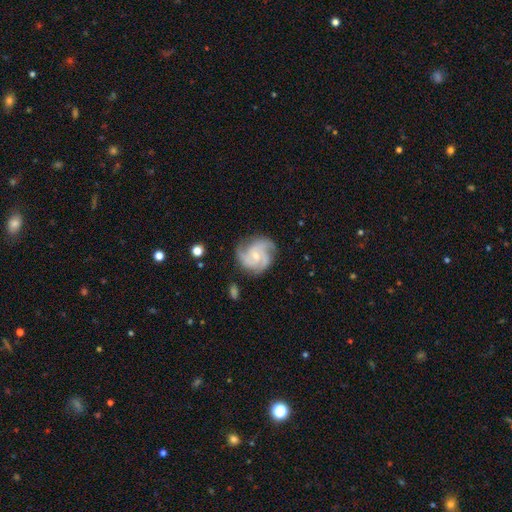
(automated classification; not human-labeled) The model was most divided on "spiral winding": medium: 49%, tight: 43%, loose: 9%. More confident: edge-on disk — no (98%); spiral arms — yes (98%); smooth or featured — featured or disk (88%); merging — none (75%); bar — no (69%); spiral arm count — 3 (68%); bulge size — small (63%).